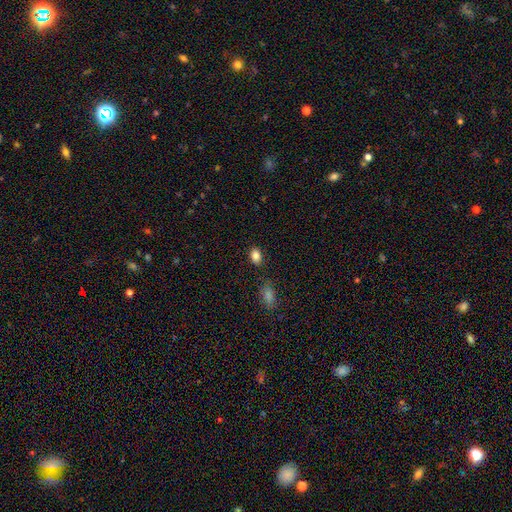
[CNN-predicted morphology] Smooth or featured? smooth (84%)
How rounded? in between (77%)
Merging? none (85%)